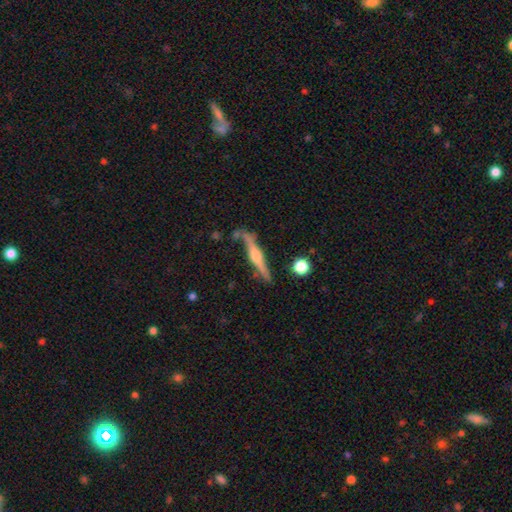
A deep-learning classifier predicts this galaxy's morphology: The model was most divided on "merging": none: 77%, minor disturbance: 14%, merger: 5%, major disturbance: 4%. More confident: edge-on disk — yes (96%); edge-on bulge — rounded (90%); smooth or featured — featured or disk (79%).